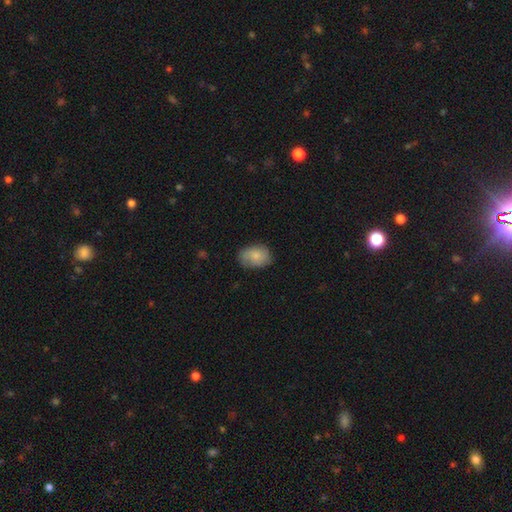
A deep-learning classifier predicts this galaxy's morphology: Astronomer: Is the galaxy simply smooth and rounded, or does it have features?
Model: smooth — 79%.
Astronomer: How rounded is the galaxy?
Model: in between — 78%.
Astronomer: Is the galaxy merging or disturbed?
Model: none — 70%.